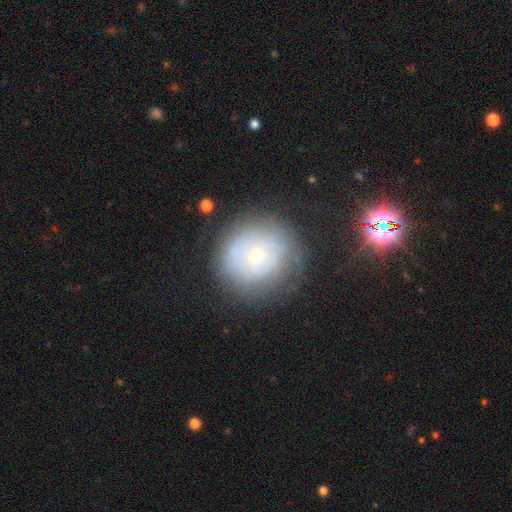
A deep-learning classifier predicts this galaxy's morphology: This appears to be a smooth galaxy with no disk features (47%). Merging: none (68%).